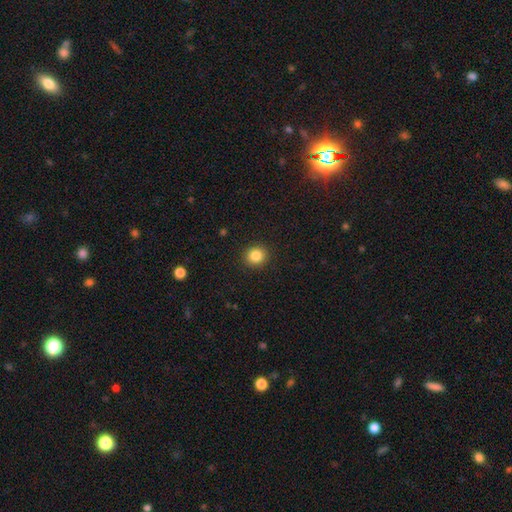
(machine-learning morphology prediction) Smooth or featured: smooth — 85% (star or artifact — 10%)
How rounded: round — 85% (in between — 14%)
Merging: none — 91% (minor disturbance — 6%)